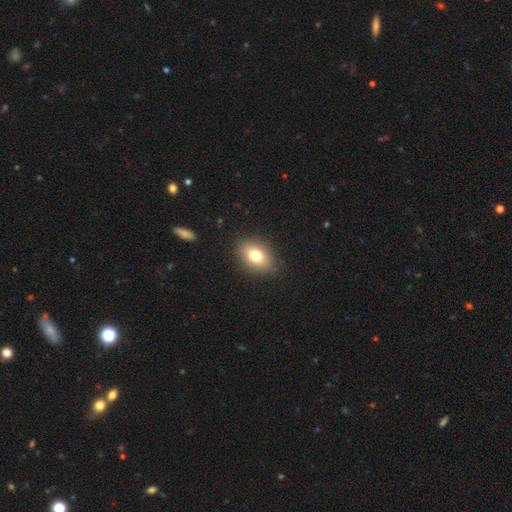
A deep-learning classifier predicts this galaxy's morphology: Smooth or featured?
  - smooth: 76% *
  - featured or disk: 14%
  - star or artifact: 10%
How rounded?
  - in between: 74% *
  - round: 24%
  - cigar-shaped: 1%
Merging?
  - none: 86% *
  - minor disturbance: 10%
  - major disturbance: 3%
  - merger: 1%